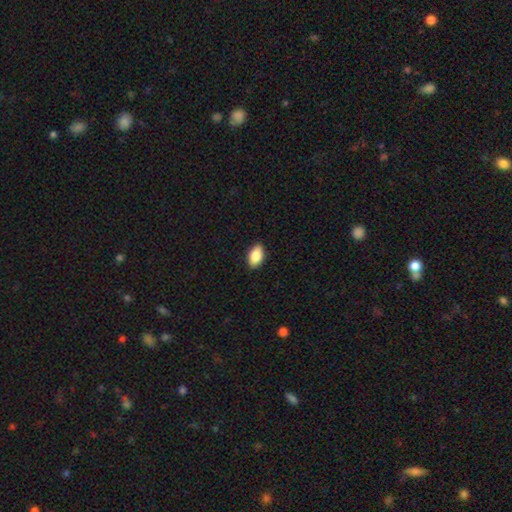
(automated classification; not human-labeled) Morphology: type=smooth (86%); roundness=in between (92%); merging=none (89%).